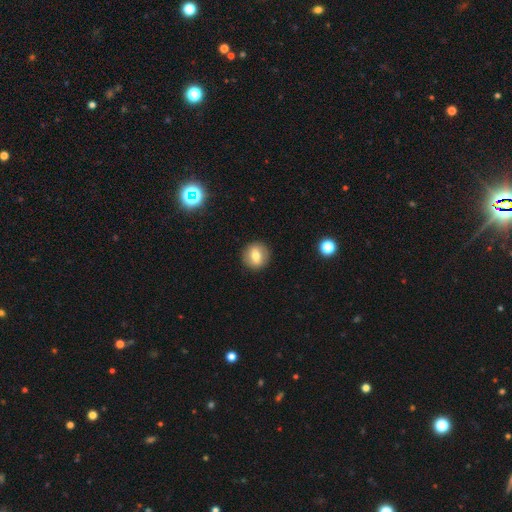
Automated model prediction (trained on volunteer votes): Smooth or featured? smooth (66%)
How rounded? round (84%)
Merging? none (90%)